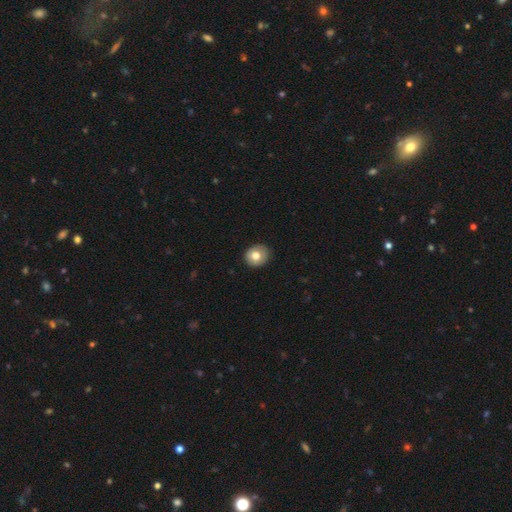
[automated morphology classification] A smooth galaxy with no disk features (76%) that is round (79%).

Vote fractions:
- Smooth or featured? smooth: 76% / featured or disk: 16% / star or artifact: 8%
- How rounded? round: 79% / in between: 20% / cigar-shaped: 1%
- Merging? none: 87% / minor disturbance: 10% / major disturbance: 2% / merger: 1%